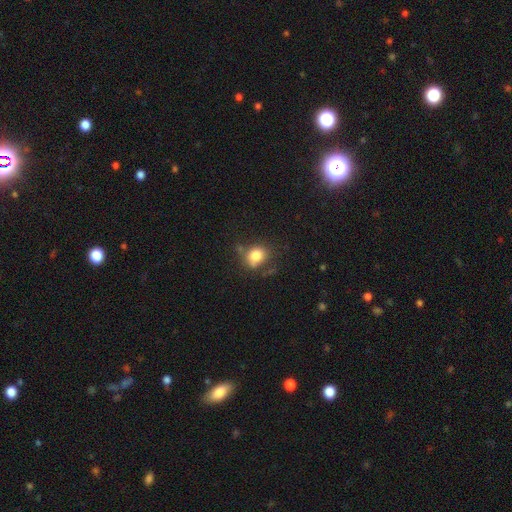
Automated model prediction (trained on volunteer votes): smooth 80%, star or artifact 11%, featured or disk 9%. Down the decision tree: how rounded — round (58%); merging — none (61%).